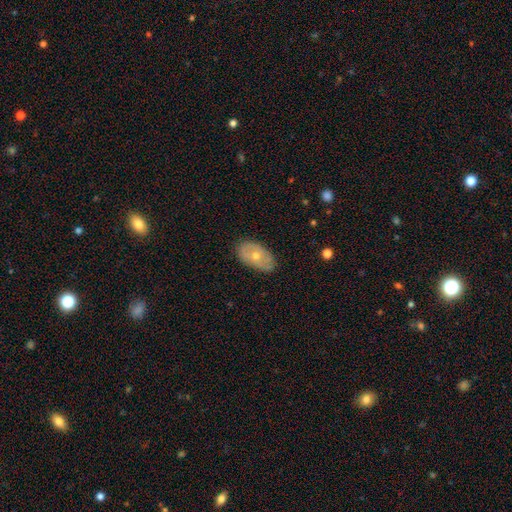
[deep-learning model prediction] This appears to be a featured or disk galaxy (48%). Merging: none (79%).